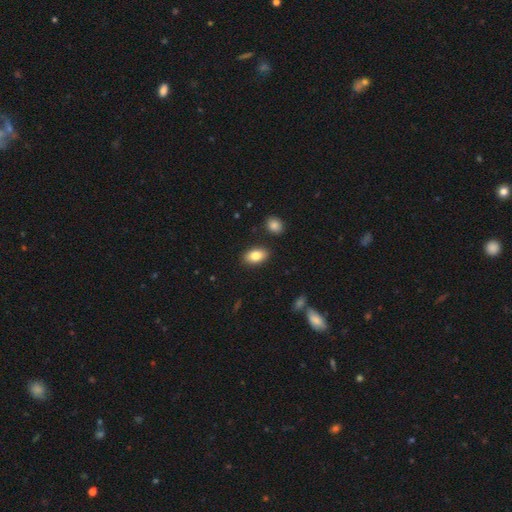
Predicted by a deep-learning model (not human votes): This is clearly a smooth galaxy (82%). How rounded: clearly in between (91%). Merging: clearly none (88%).